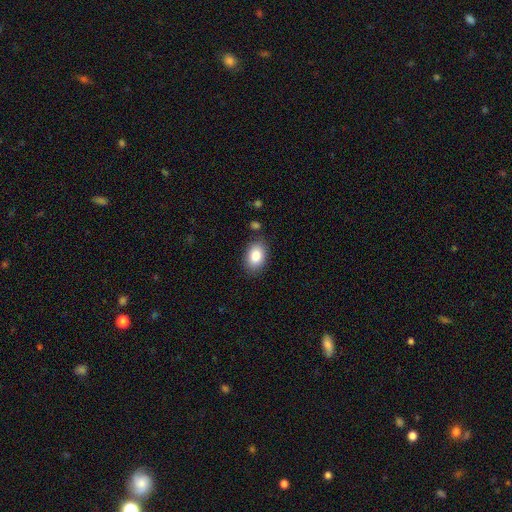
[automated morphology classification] Smooth or featured? Predicted: smooth (p=0.85). How rounded? Predicted: in between (p=0.86). Merging? Predicted: none (p=0.83).